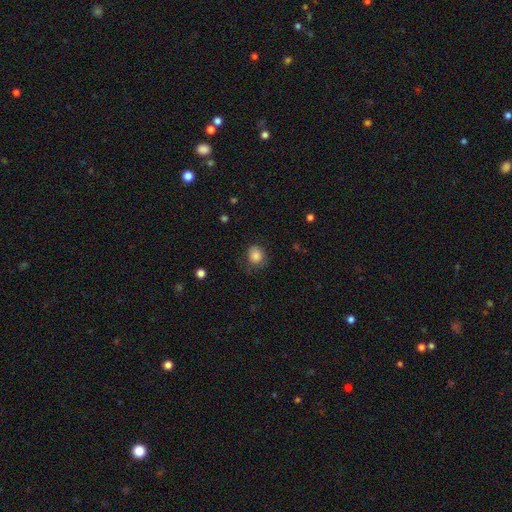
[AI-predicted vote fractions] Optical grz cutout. It shows a smooth galaxy with no disk features (85%) that is round (69%). Merging: none (72%).